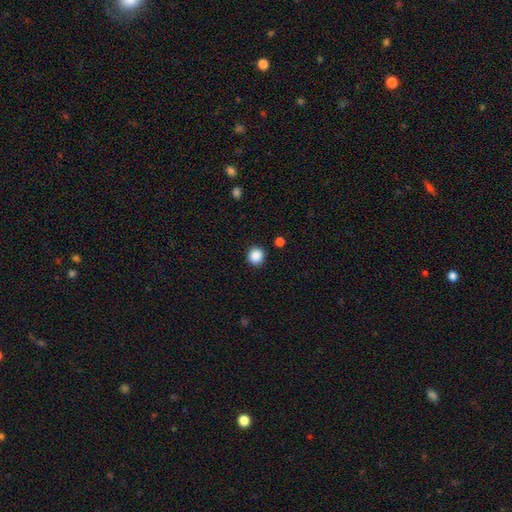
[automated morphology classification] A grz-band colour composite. It shows a smooth galaxy with no disk features (88%) that is round (92%). Merging: none (90%).